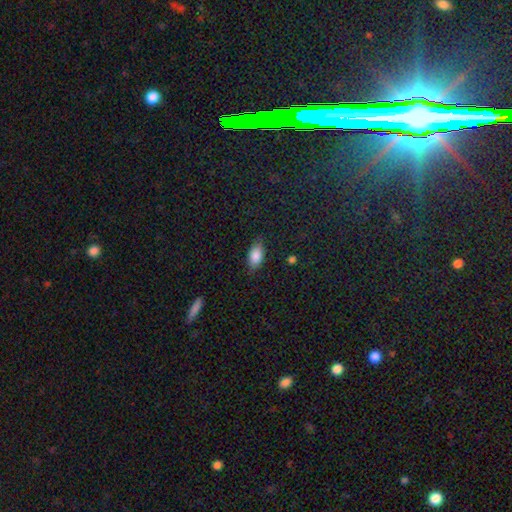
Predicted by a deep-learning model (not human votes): Overall: smooth (85%). How rounded: in between (91%). Merging: none (81%).